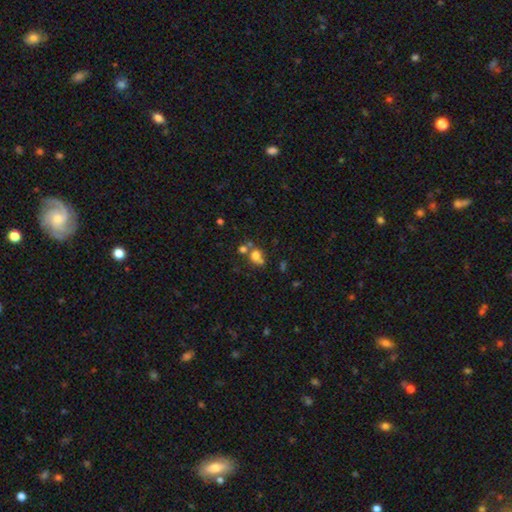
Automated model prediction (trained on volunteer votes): A smooth galaxy with no disk features (68%) that is round (70%).

Vote fractions:
- Smooth or featured? smooth: 68% / featured or disk: 16% / star or artifact: 16%
- How rounded? round: 70% / in between: 29% / cigar-shaped: 1%
- Merging? none: 43% / merger: 42% / minor disturbance: 10% / major disturbance: 5%